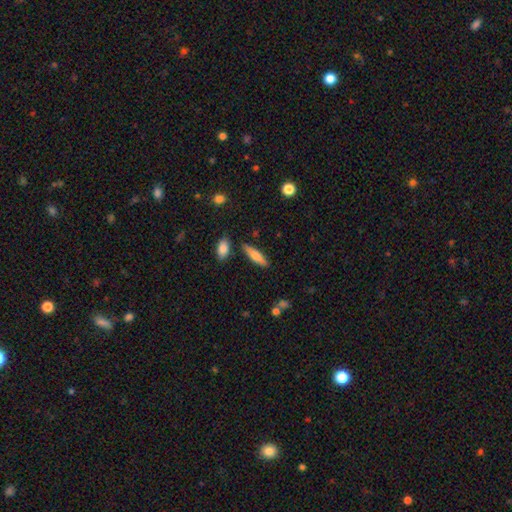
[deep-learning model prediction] A smooth galaxy with no disk features (69%) that is cigar-shaped (67%).

Vote fractions:
- Smooth or featured? smooth: 69% / featured or disk: 25% / star or artifact: 6%
- How rounded? cigar-shaped: 67% / in between: 31% / round: 2%
- Merging? none: 83% / minor disturbance: 10% / merger: 5% / major disturbance: 3%